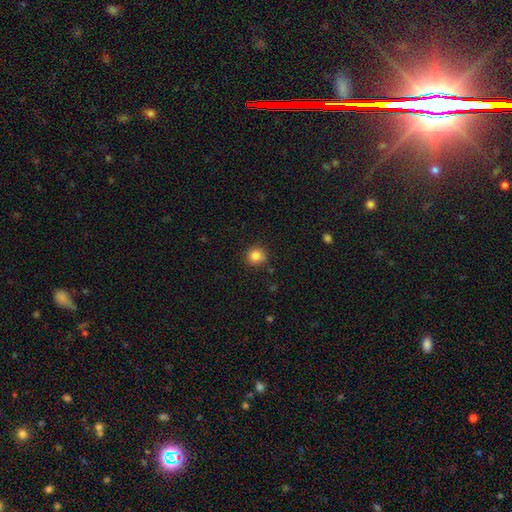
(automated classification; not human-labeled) smooth_or_featured: smooth (p=0.85) [alt: star or artifact p=0.11]
how_rounded: round (p=0.89) [alt: in between p=0.10]
merging: none (p=0.85) [alt: minor disturbance p=0.11]